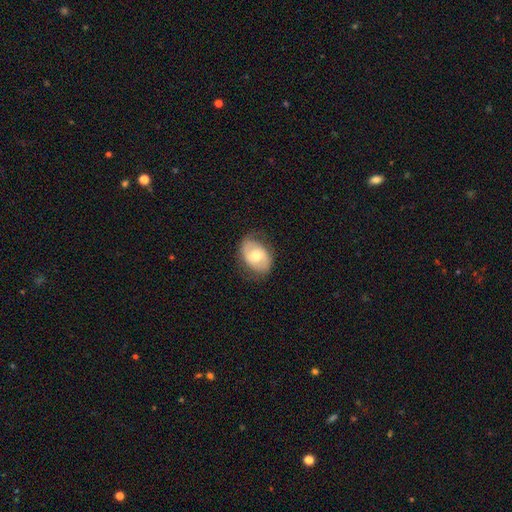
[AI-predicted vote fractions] Smooth or featured? featured or disk (47%)
Merging? none (71%)